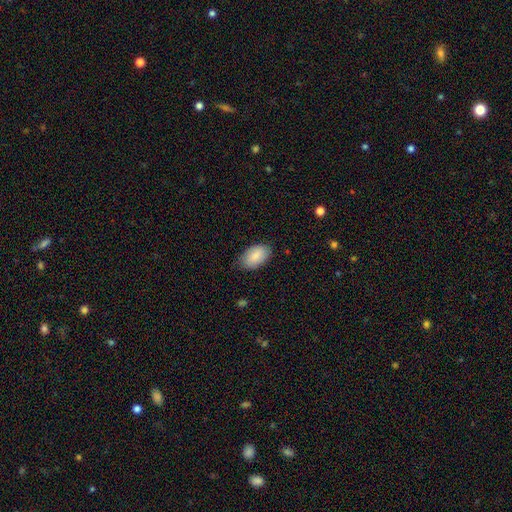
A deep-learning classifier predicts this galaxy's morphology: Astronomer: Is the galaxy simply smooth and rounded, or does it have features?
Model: smooth — 88%.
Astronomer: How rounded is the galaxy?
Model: in between — 94%.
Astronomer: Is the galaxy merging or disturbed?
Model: none — 79%.